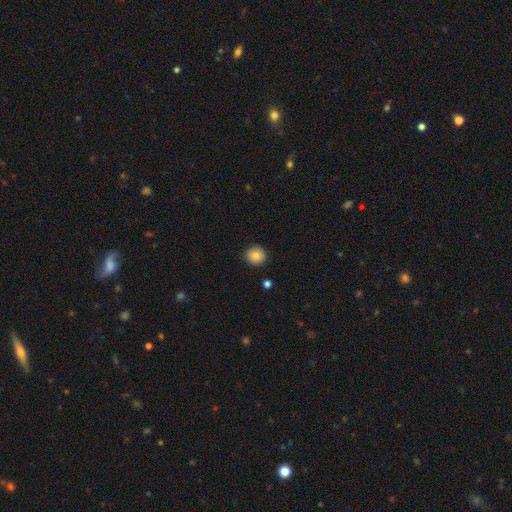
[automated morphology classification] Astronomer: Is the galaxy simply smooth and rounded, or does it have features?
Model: smooth — 86%.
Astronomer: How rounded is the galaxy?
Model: round — 92%.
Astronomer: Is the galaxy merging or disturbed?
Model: none — 90%.